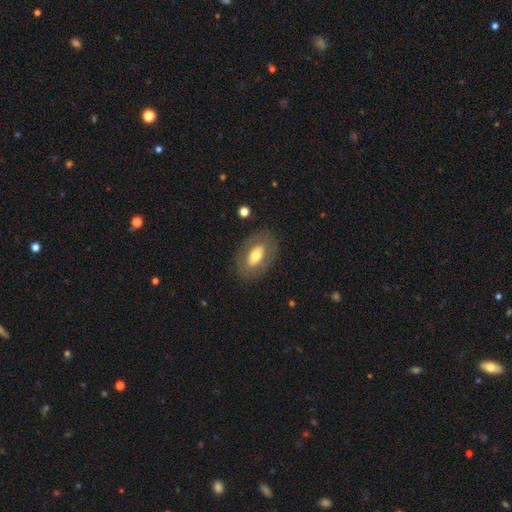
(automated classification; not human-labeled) smooth-or-featured: smooth: 54% | featured or disk: 39% | star or artifact: 7%
  how-rounded: in between: 89% | round: 8% | cigar-shaped: 3%
  merging: none: 81% | minor disturbance: 12% | major disturbance: 6% | merger: 1%